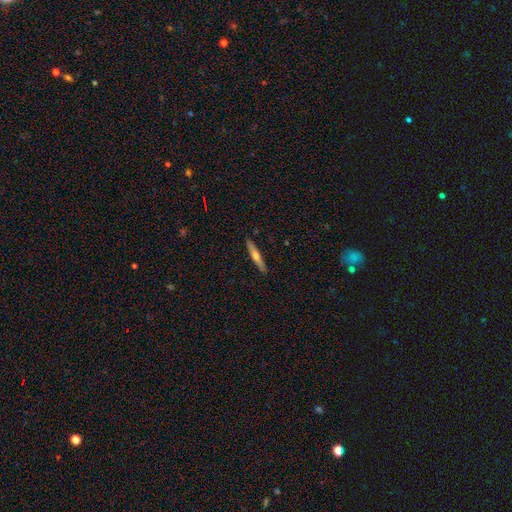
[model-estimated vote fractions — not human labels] Smooth or featured? smooth (50%)
Merging? none (91%)